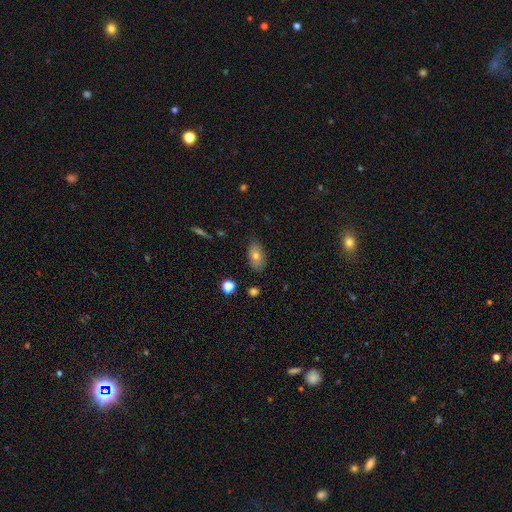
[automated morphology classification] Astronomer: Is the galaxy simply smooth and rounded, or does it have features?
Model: smooth — 72%.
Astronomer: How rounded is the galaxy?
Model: in between — 90%.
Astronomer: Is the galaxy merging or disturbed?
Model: none — 82%.